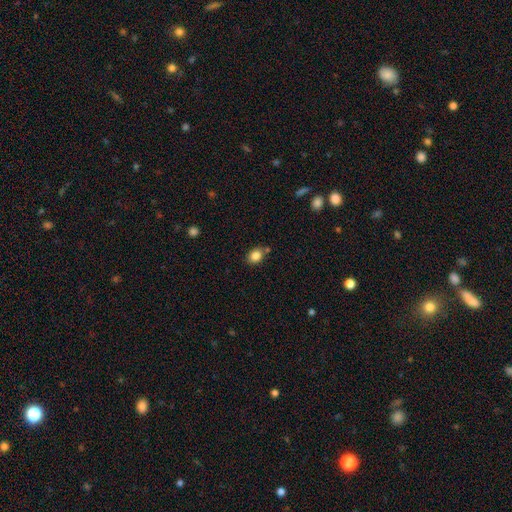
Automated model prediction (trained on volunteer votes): A smooth galaxy with no disk features (85%) that is in between round and cigar-shaped (55%).

Vote fractions:
- Smooth or featured? smooth: 85% / star or artifact: 10% / featured or disk: 6%
- How rounded? in between: 55% / round: 44% / cigar-shaped: 1%
- Merging? none: 72% / minor disturbance: 15% / merger: 10% / major disturbance: 4%